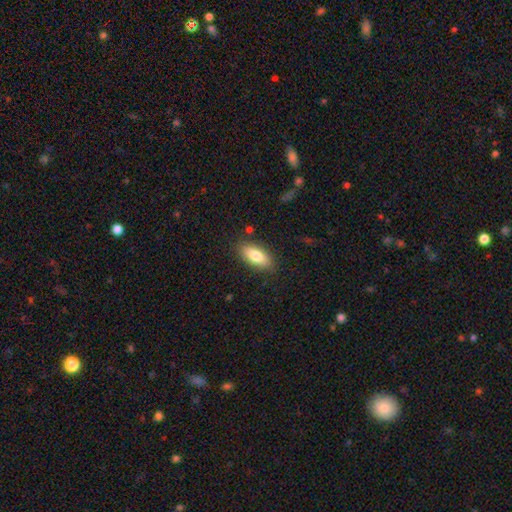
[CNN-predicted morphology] This is likely a smooth galaxy (78%). How rounded: clearly in between (83%). Merging: clearly none (84%).